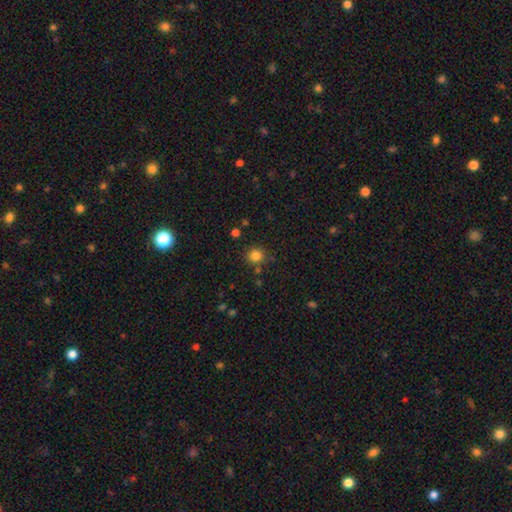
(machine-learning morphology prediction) smooth-or-featured: smooth: 82% | star or artifact: 14% | featured or disk: 4%
  how-rounded: round: 92% | in between: 7% | cigar-shaped: 1%
  merging: none: 83% | minor disturbance: 9% | merger: 5% | major disturbance: 3%